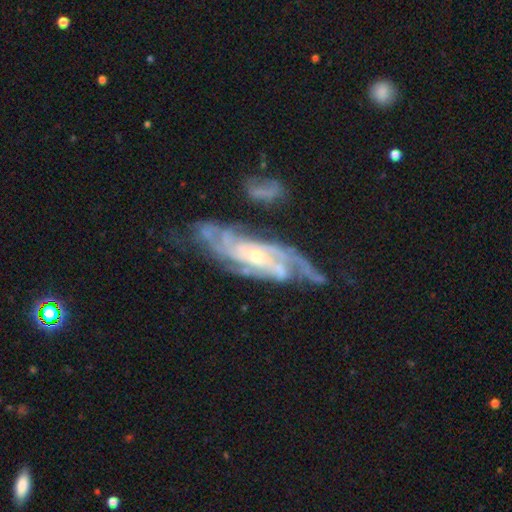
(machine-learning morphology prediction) This appears to be a featured or disk galaxy (90%) with no bar (58%), 3 (25%) tight (61%) spiral arms (98%) and a small central bulge (62%). Merging: none (64%).